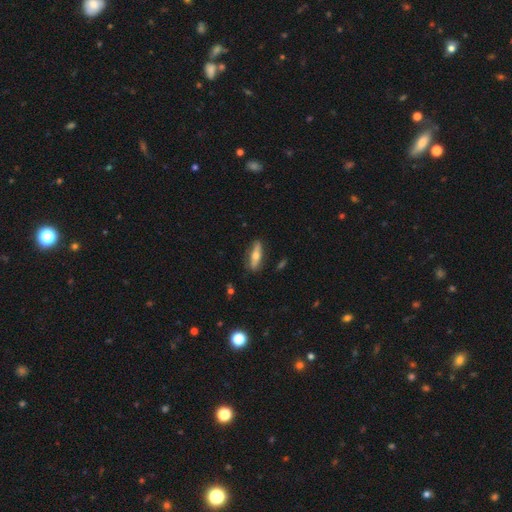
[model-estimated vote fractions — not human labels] A smooth galaxy with no disk features (51%) that is cigar-shaped (55%). Merging: none (80%).